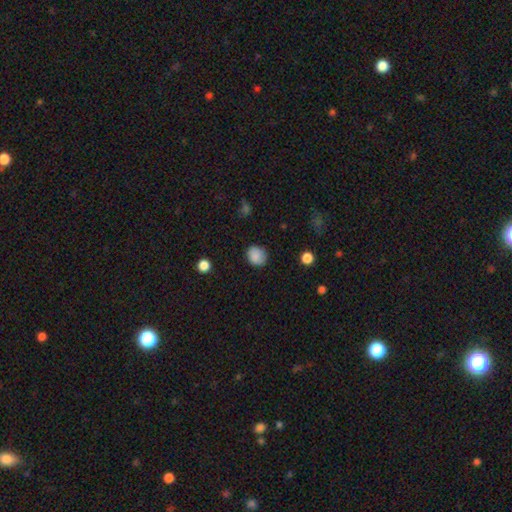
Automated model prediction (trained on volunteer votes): Smooth or featured: smooth — 87% (star or artifact — 9%)
How rounded: round — 68% (in between — 31%)
Merging: none — 81% (minor disturbance — 15%)